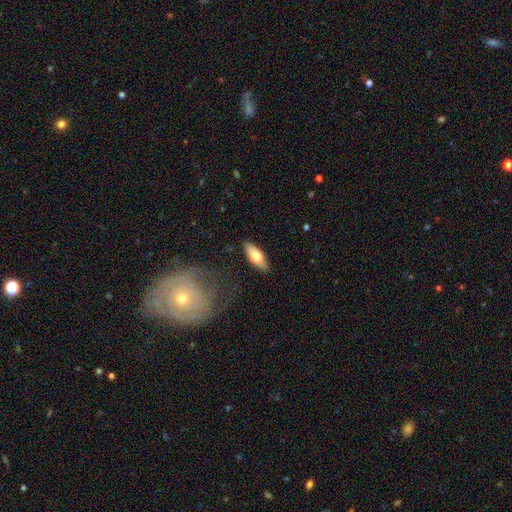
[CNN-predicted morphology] Smooth or featured: smooth — 67% (featured or disk — 27%)
How rounded: in between — 72% (cigar-shaped — 26%)
Merging: none — 88% (minor disturbance — 9%)